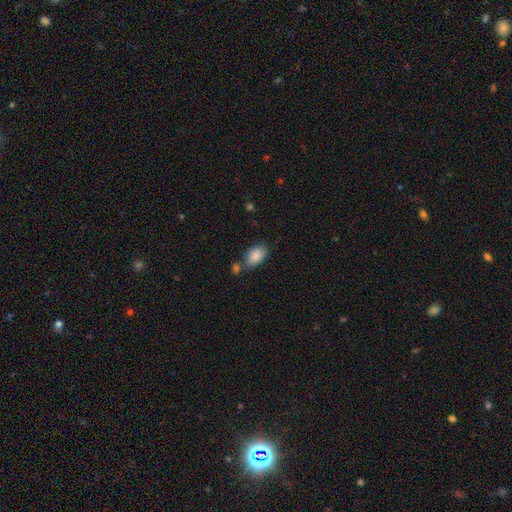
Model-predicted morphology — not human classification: This appears to be a smooth galaxy with no disk features (87%) that is in between round and cigar-shaped (92%). Merging: none (60%).